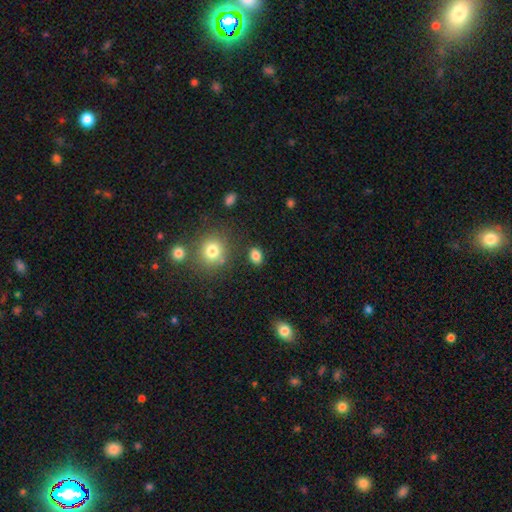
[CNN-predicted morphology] smooth_or_featured: smooth (p=0.84) [alt: star or artifact p=0.11]
how_rounded: in between (p=0.69) [alt: round p=0.30]
merging: none (p=0.84) [alt: minor disturbance p=0.10]